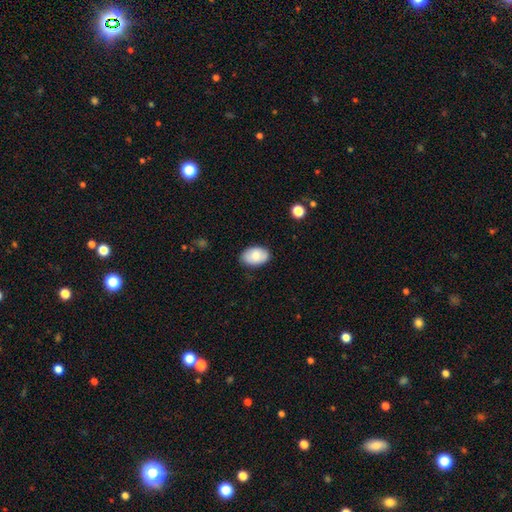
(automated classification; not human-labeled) Morphology: type=smooth (80%); roundness=in between (91%); merging=none (84%).